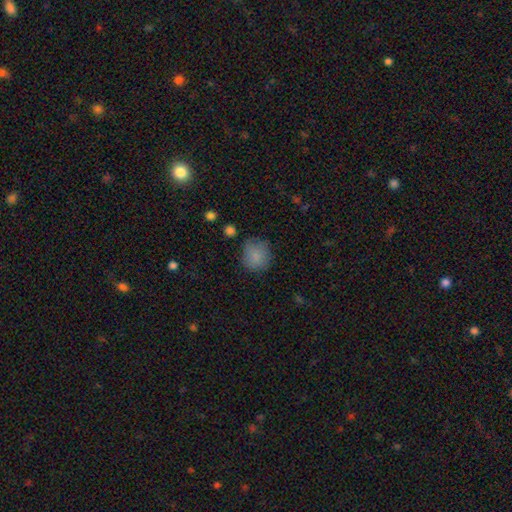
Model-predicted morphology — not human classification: Q: Smooth or featured?
A: smooth (84%); runner-up: star or artifact (9%)
Q: How rounded?
A: round (85%); runner-up: in between (14%)
Q: Merging?
A: none (74%); runner-up: minor disturbance (19%)